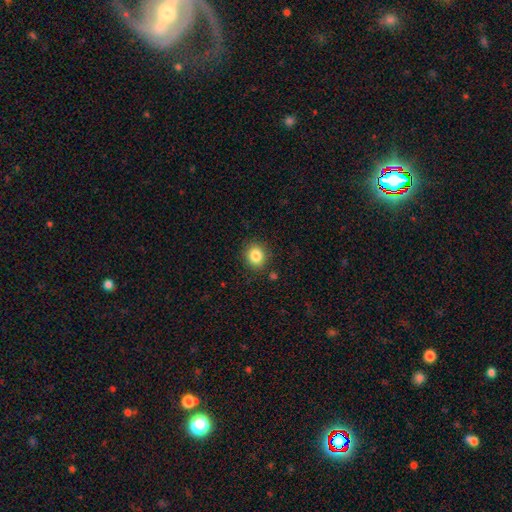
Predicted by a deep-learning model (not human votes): smooth_or_featured: smooth (p=0.85) [alt: star or artifact p=0.10]
how_rounded: round (p=0.72) [alt: in between p=0.27]
merging: none (p=0.87) [alt: minor disturbance p=0.09]